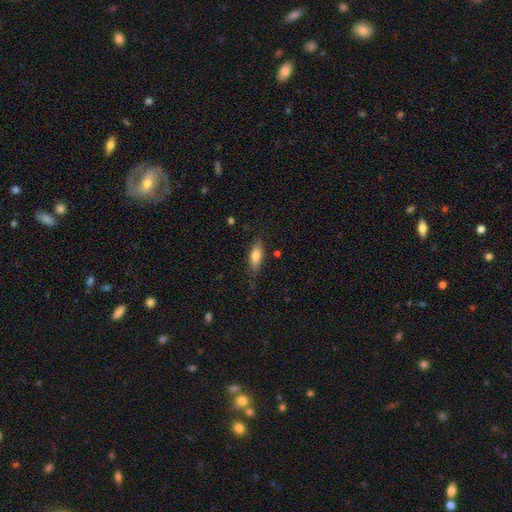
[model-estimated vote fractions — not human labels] Smooth or featured? smooth (74%)
How rounded? in between (64%)
Merging? none (76%)